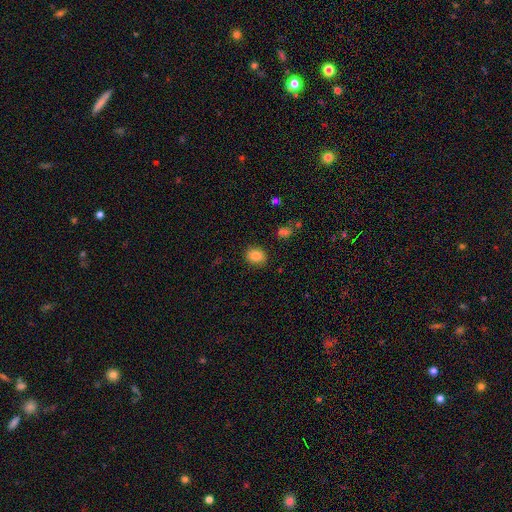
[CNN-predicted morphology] The model was most divided on "how rounded": round: 58%, in between: 41%, cigar-shaped: 1%. More confident: merging — none (87%); smooth or featured — smooth (84%).